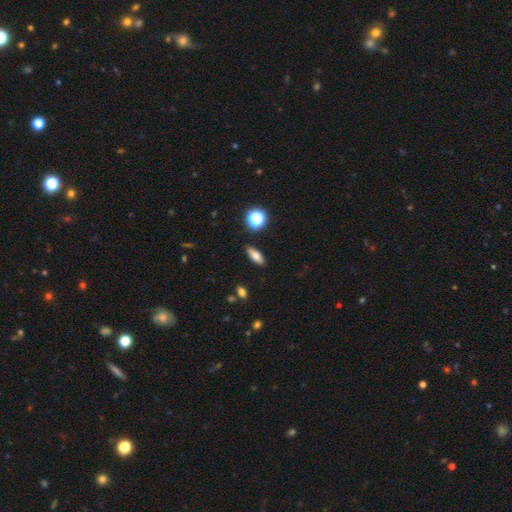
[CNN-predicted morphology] smooth-or-featured: smooth: 69% | featured or disk: 20% | star or artifact: 11%
  how-rounded: in between: 63% | cigar-shaped: 30% | round: 6%
  merging: none: 88% | minor disturbance: 8% | major disturbance: 2% | merger: 2%